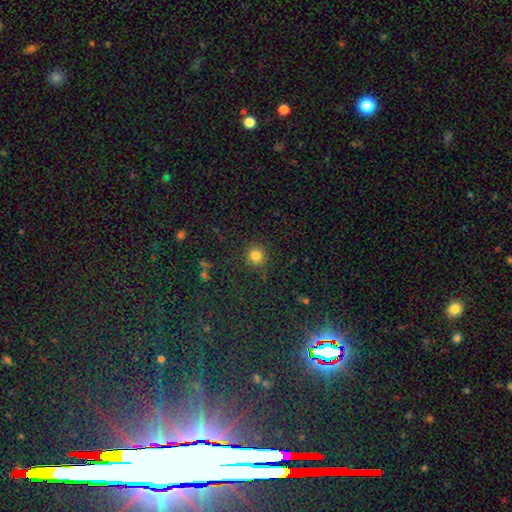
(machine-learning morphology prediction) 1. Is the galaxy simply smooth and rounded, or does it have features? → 80% smooth, 15% star or artifact, 5% featured or disk.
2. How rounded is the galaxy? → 93% round, 6% in between, 1% cigar-shaped.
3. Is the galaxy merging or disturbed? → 87% none, 8% minor disturbance, 3% major disturbance, 2% merger.